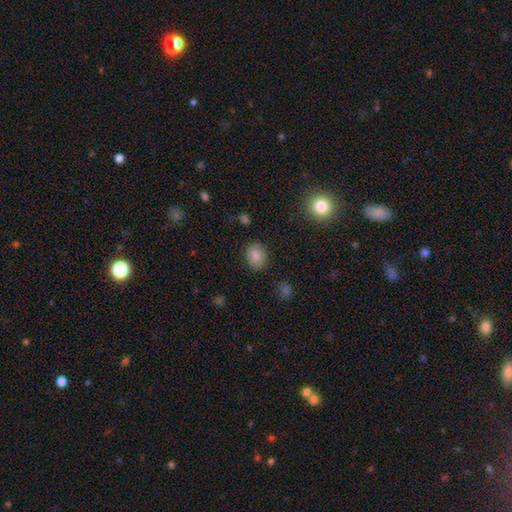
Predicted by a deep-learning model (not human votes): Morphology: type=smooth (80%); roundness=round (50%); merging=none (86%).